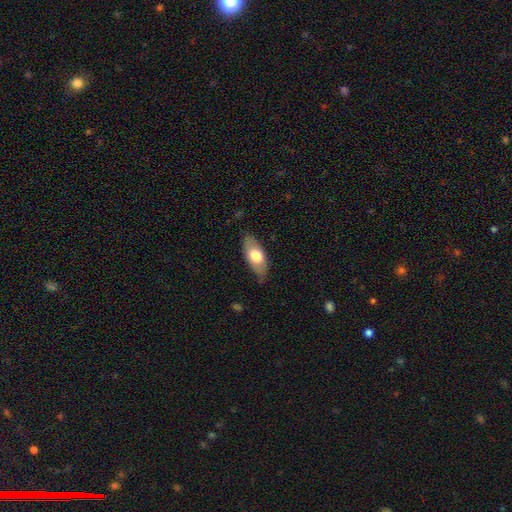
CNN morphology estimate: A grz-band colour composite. It shows a smooth galaxy with no disk features (63%) that is in between round and cigar-shaped (87%). Merging: none (76%).